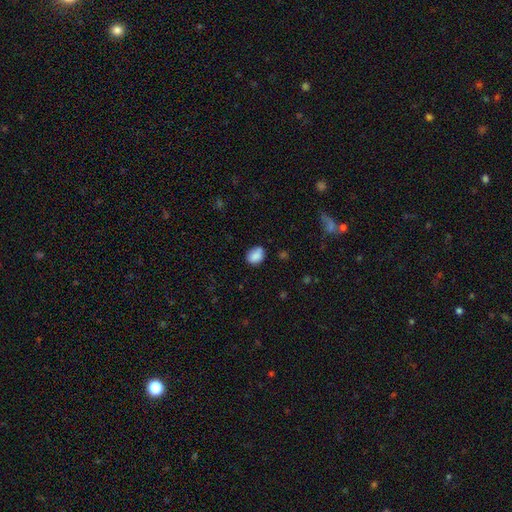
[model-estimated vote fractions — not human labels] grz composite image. It shows a smooth galaxy with no disk features (86%) that is in between round and cigar-shaped (59%). Merging: none (72%).